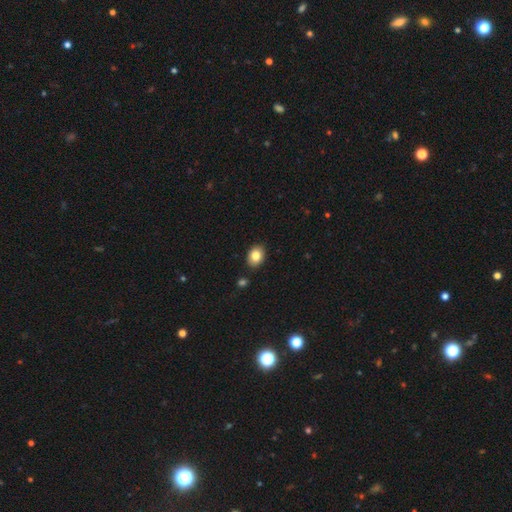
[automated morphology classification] Smooth or featured? smooth (83%)
How rounded? in between (65%)
Merging? none (87%)